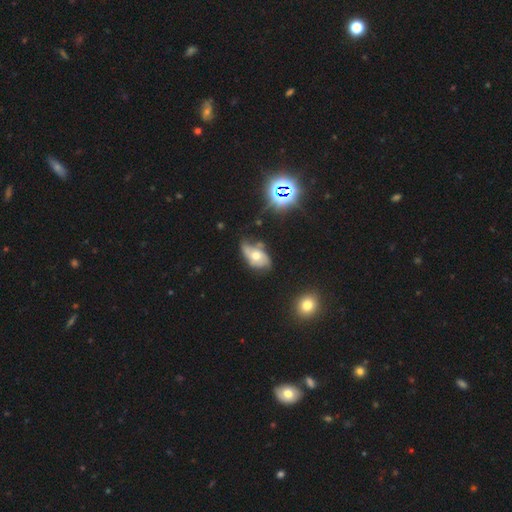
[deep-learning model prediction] A featured or disk galaxy (47%).

Vote fractions:
- Smooth or featured? featured or disk: 47% / smooth: 38% / star or artifact: 15%
- Merging? none: 40% / minor disturbance: 36% / major disturbance: 18% / merger: 6%